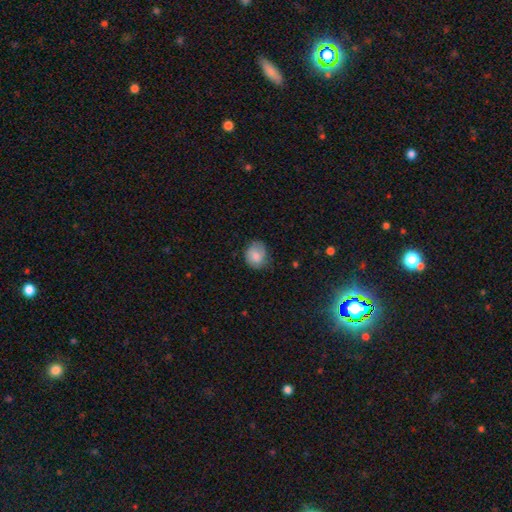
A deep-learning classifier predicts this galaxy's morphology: This is clearly a smooth galaxy (80%). How rounded: likely round (63%). Merging: likely none (68%).